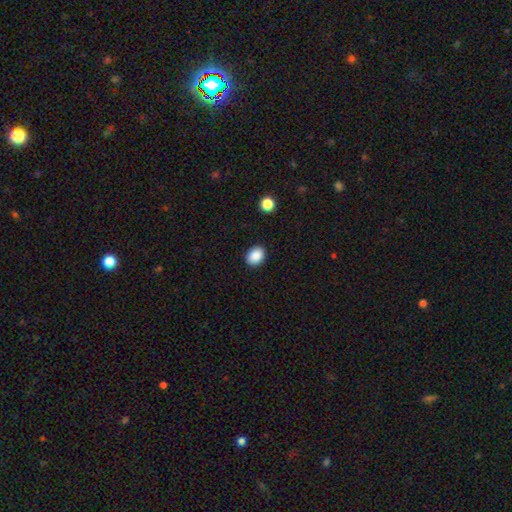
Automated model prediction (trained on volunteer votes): Smooth or featured? Predicted: smooth (p=0.88). How rounded? Predicted: in between (p=0.53). Merging? Predicted: none (p=0.90).